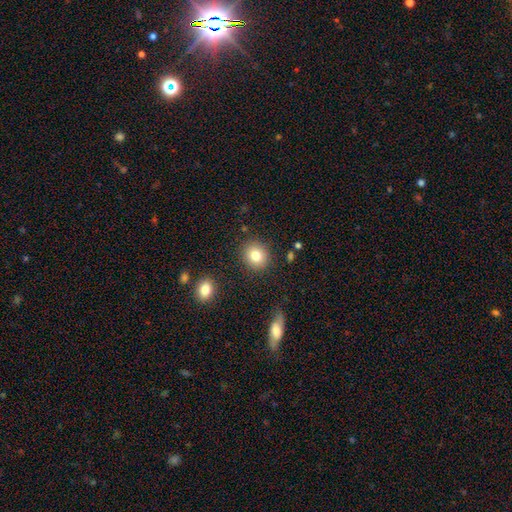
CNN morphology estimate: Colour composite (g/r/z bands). It shows a smooth galaxy with no disk features (81%) that is round (80%). Merging: none (87%).